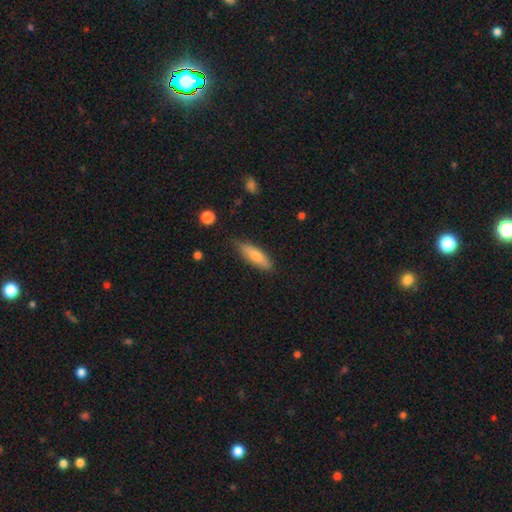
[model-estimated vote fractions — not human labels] This is likely a smooth galaxy (70%). How rounded: possibly cigar-shaped (57%). Merging: likely none (79%).